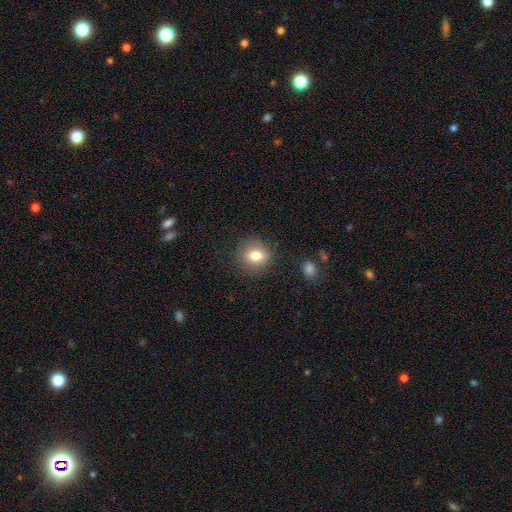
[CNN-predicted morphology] Smooth or featured? Predicted: smooth (p=0.78). How rounded? Predicted: round (p=0.74). Merging? Predicted: none (p=0.85).